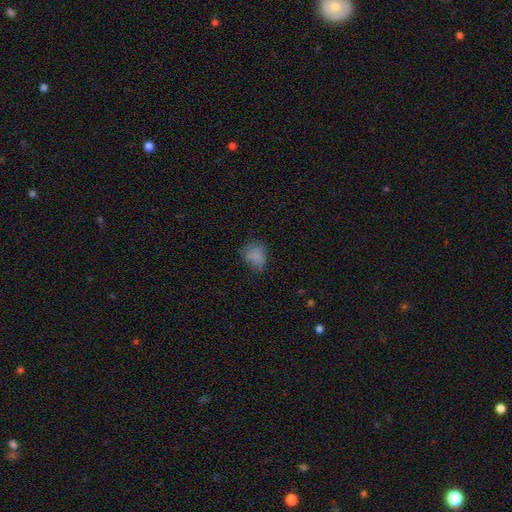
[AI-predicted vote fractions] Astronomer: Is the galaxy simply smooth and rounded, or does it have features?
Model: smooth — 74%.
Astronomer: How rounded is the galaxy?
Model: in between — 57% (runner-up: round, 42%).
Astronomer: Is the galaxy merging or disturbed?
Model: none — 53% (runner-up: minor disturbance, 29%).